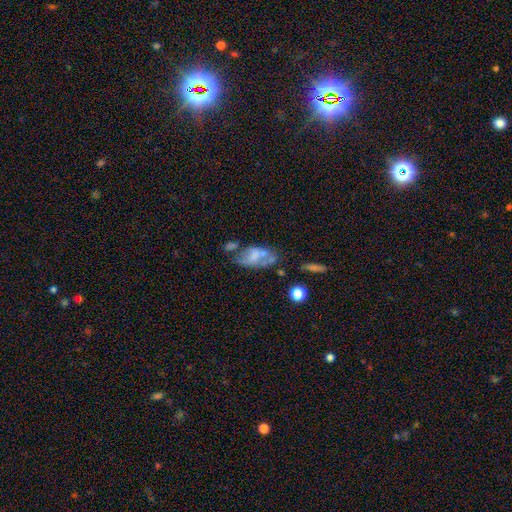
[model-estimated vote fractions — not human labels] featured or disk 49%, smooth 40%, star or artifact 11%. Down the decision tree: merging — none (32%).